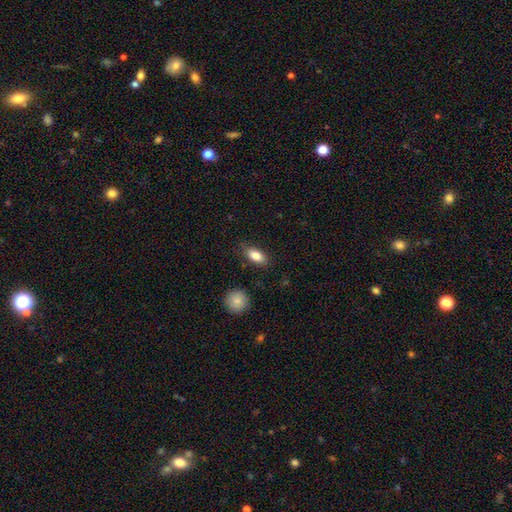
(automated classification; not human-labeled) smooth-or-featured: smooth: 83% | featured or disk: 10% | star or artifact: 7%
  how-rounded: in between: 87% | cigar-shaped: 9% | round: 5%
  merging: none: 81% | minor disturbance: 14% | major disturbance: 3% | merger: 2%